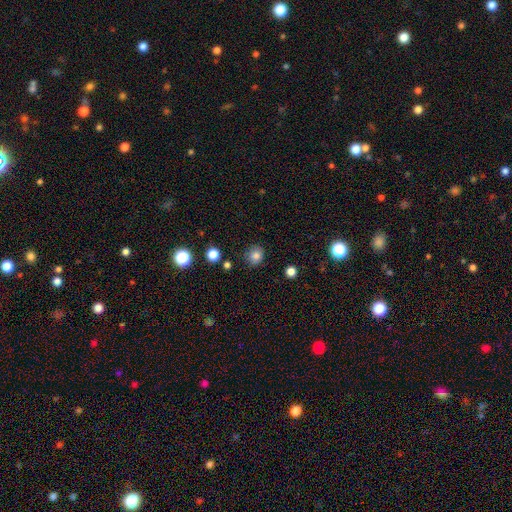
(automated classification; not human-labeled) A smooth galaxy with no disk features (81%) that is round (84%). Merging: none (83%).